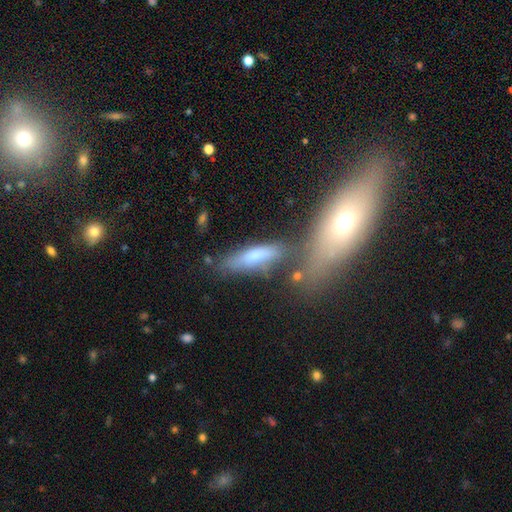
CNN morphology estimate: Q: Smooth or featured?
A: smooth (67%); runner-up: featured or disk (25%)
Q: How rounded?
A: cigar-shaped (62%); runner-up: in between (35%)
Q: Merging?
A: none (56%); runner-up: merger (19%)